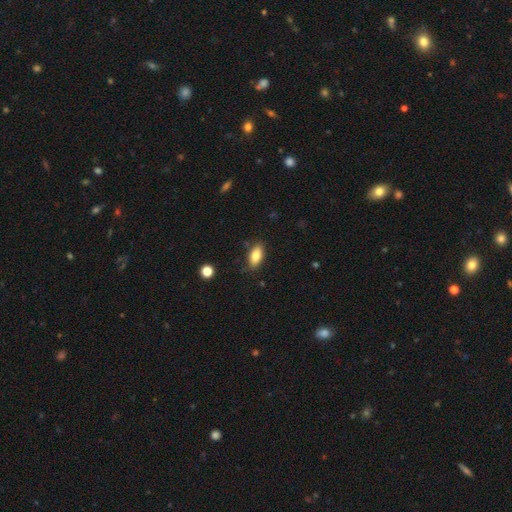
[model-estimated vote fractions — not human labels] Smooth or featured: smooth — 82% (featured or disk — 10%)
How rounded: in between — 88% (cigar-shaped — 9%)
Merging: none — 81% (minor disturbance — 14%)